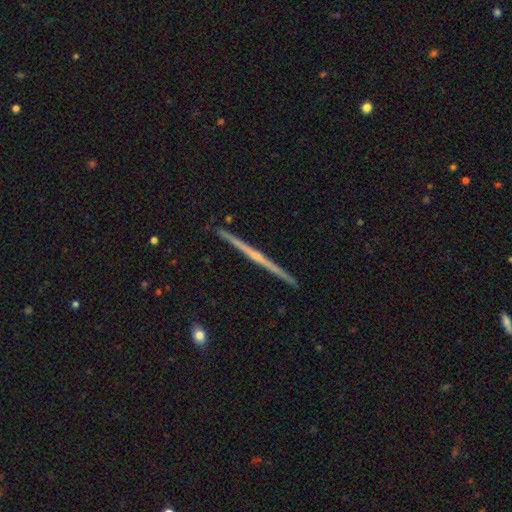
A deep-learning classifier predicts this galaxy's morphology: A featured or disk galaxy (79%) viewed edge-on (99%) with no central bulge (49%).

Vote fractions:
- Smooth or featured? featured or disk: 79% / smooth: 15% / star or artifact: 6%
- Edge-on disk? yes: 99% / no: 1%
- Edge-on bulge? none: 49% / rounded: 44% / boxy: 6%
- Merging? none: 93% / minor disturbance: 5% / merger: 1% / major disturbance: 1%